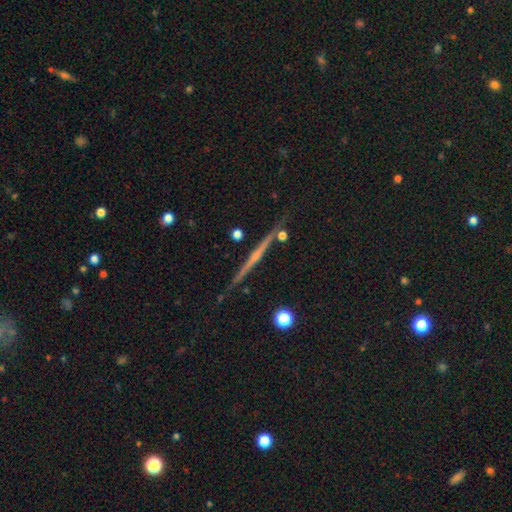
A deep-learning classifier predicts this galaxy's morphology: type=featured or disk (78%); edge-on=yes (98%); edge-on bulge=rounded (62%); merging=none (87%).